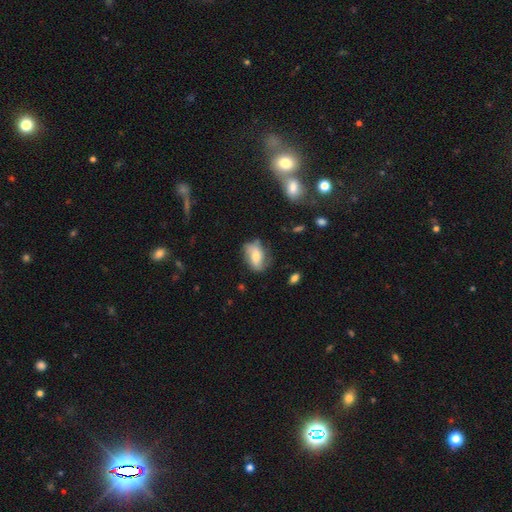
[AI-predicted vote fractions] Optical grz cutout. It shows a smooth galaxy with no disk features (52%) that is in between round and cigar-shaped (83%). Merging: none (60%).